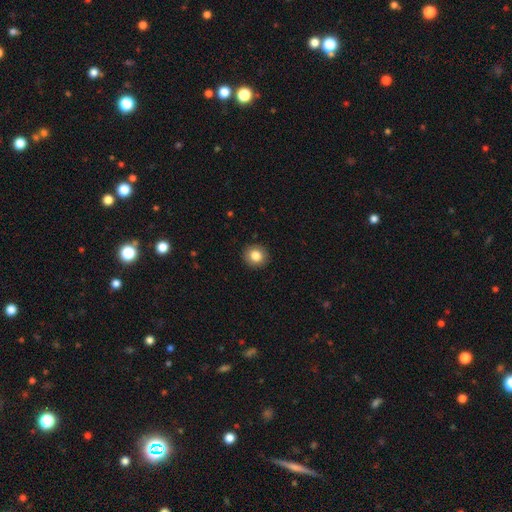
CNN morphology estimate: type=smooth (83%); roundness=round (88%); merging=none (92%).